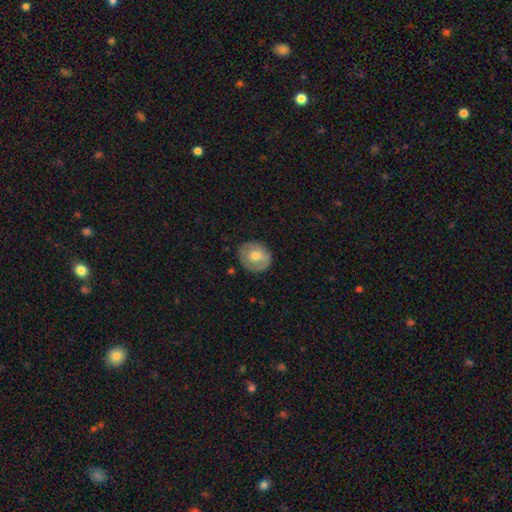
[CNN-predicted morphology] Q: Smooth or featured?
A: smooth (57%); runner-up: featured or disk (36%)
Q: How rounded?
A: round (75%); runner-up: in between (24%)
Q: Merging?
A: none (82%); runner-up: minor disturbance (14%)